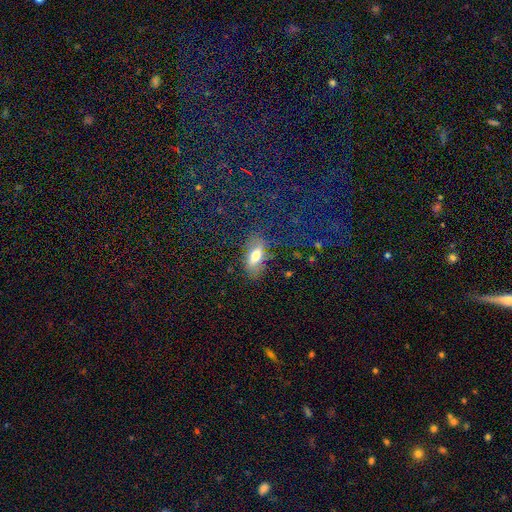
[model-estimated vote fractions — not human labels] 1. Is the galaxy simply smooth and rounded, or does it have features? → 66% smooth, 22% featured or disk, 11% star or artifact.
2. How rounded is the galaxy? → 81% in between, 13% cigar-shaped, 6% round.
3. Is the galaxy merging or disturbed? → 72% none, 18% minor disturbance, 8% major disturbance, 2% merger.